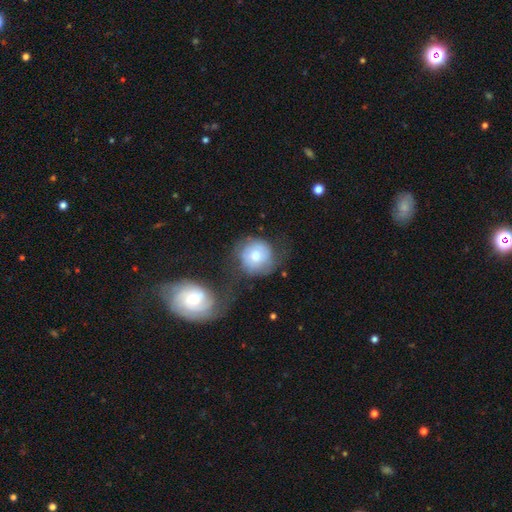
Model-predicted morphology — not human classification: A smooth galaxy with no disk features (53%) that is round (87%). Merging: none (48%).